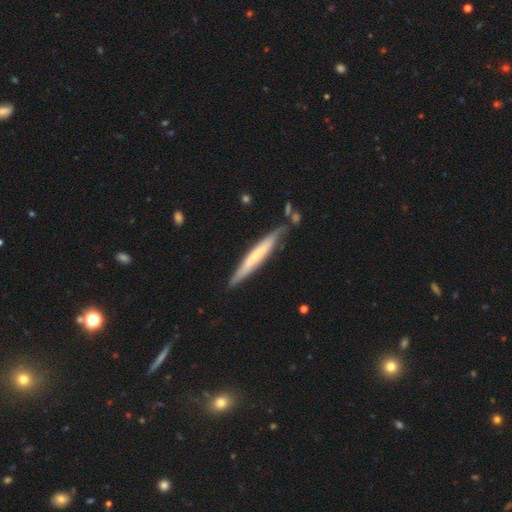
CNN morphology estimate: Q: Smooth or featured?
A: featured or disk (50%); runner-up: smooth (44%)
Q: Edge-on disk?
A: yes (89%); runner-up: no (11%)
Q: Merging?
A: none (77%); runner-up: minor disturbance (15%)